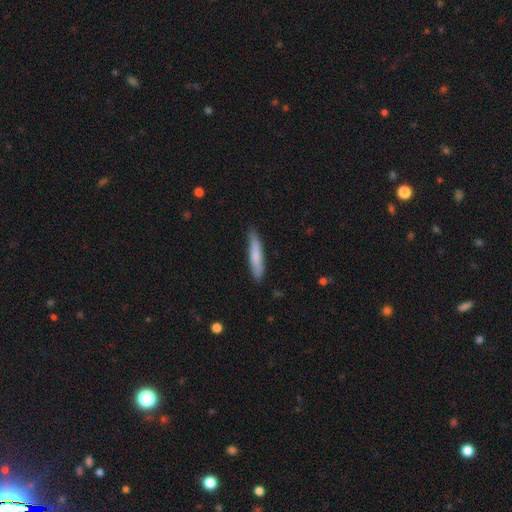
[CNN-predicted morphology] A smooth galaxy with no disk features (75%) that is cigar-shaped (91%). Merging: none (85%).